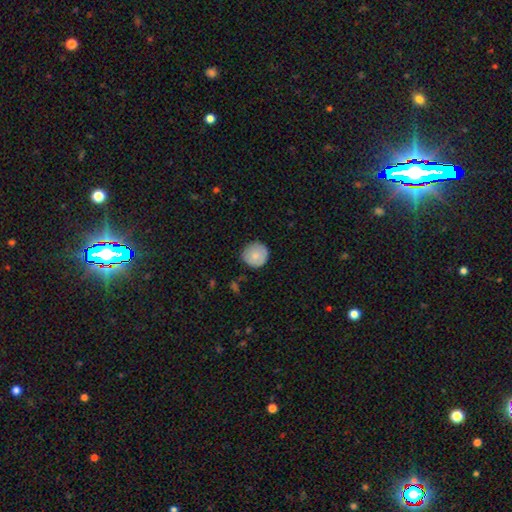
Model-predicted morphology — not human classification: This is likely a smooth galaxy (79%). How rounded: clearly round (93%). Merging: clearly none (81%).